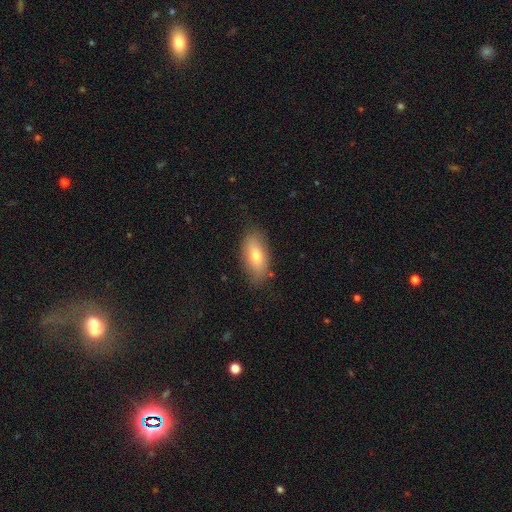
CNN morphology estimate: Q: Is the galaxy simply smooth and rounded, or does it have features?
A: smooth — 73%.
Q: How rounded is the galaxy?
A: in between — 87%.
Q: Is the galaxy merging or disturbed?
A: none — 79%.